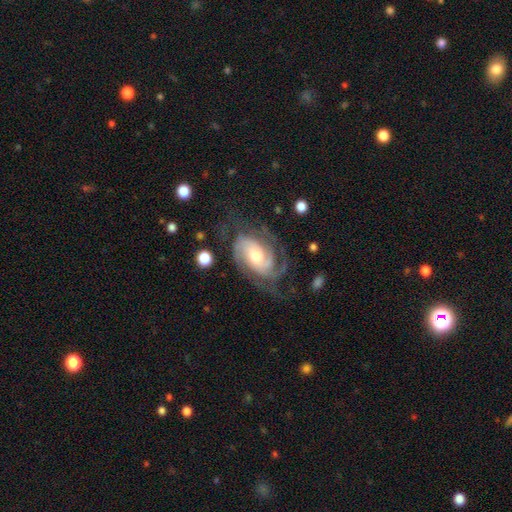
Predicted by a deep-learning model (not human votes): Overall: featured or disk (89%). Edge-on disk: no (97%). Bar: no (58%; weak 31%). Spiral arms: yes (98%). Spiral arm count: 2 (38%; 3 30%). Spiral winding: tight (57%; medium 36%). Bulge size: moderate (62%; small 23%). Merging: none (69%).